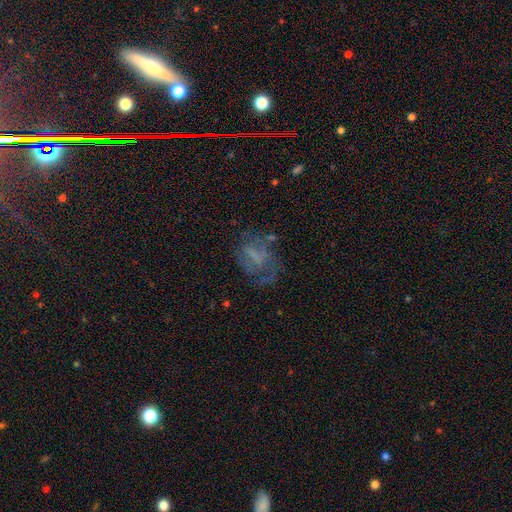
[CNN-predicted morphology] A featured or disk galaxy (53%) with no bar (54%), no spiral arms (53%) and no central bulge (57%).

Vote fractions:
- Smooth or featured? featured or disk: 53% / smooth: 33% / star or artifact: 14%
- Edge-on disk? no: 97% / yes: 3%
- Bar? no: 54% / weak: 34% / strong: 12%
- Spiral arms? no: 53% / yes: 47%
- Bulge size? none: 57% / small: 22% / moderate: 15% / large: 4% / dominant: 1%
- Merging? none: 42% / major disturbance: 33% / minor disturbance: 21% / merger: 4%